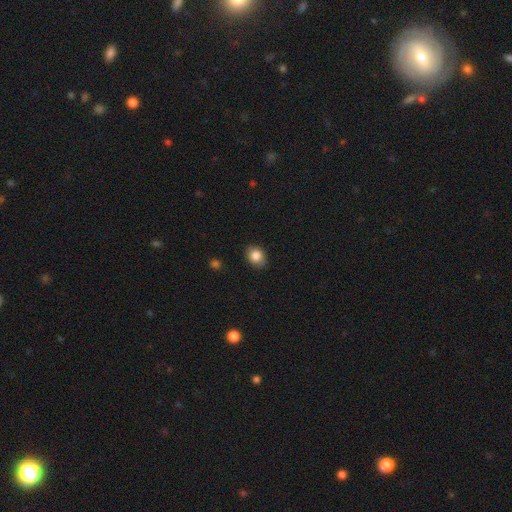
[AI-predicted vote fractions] This appears to be a smooth galaxy with no disk features (84%) that is in between round and cigar-shaped (57%). Merging: none (86%).